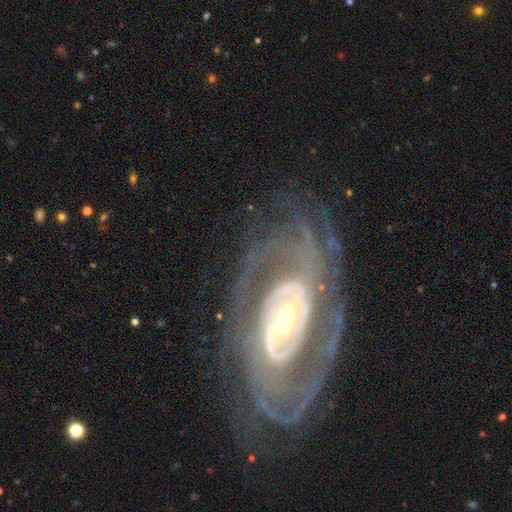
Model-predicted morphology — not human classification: This is clearly a featured or disk galaxy (87%). It is clearly not viewed edge-on (94%). Bar: marginally no (44%). Spiral arm pattern: clearly yes (92%). Spiral arm count: marginally can't tell (34%). Spiral winding: likely tight (67%). Central bulge: possibly small (50%). Merging: likely none (73%).